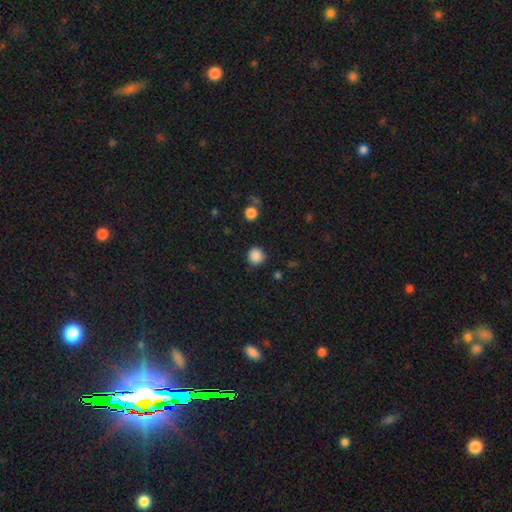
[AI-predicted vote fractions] smooth-or-featured: smooth: 87% | star or artifact: 11% | featured or disk: 3%
  how-rounded: round: 93% | in between: 6% | cigar-shaped: 1%
  merging: none: 88% | minor disturbance: 8% | major disturbance: 3% | merger: 2%